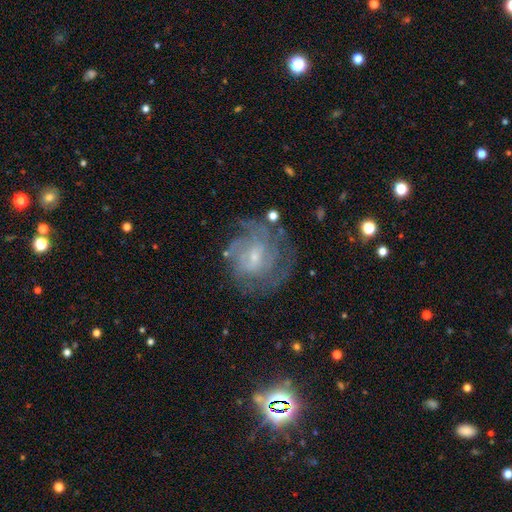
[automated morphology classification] This is likely a featured or disk galaxy (72%). It is clearly not viewed edge-on (97%). Bar: possibly weak (50%). Spiral arm pattern: clearly yes (90%). Spiral arm count: possibly can't tell (46%). Spiral winding: likely tight (62%). Central bulge: likely small (65%). Merging: likely none (74%).